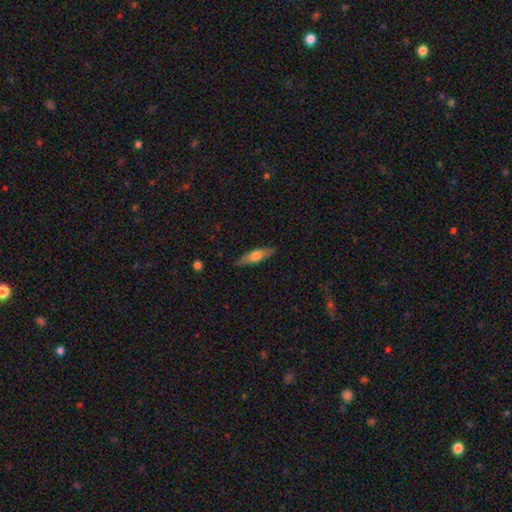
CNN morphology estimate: smooth_or_featured: smooth (p=0.53) [alt: featured or disk p=0.41]
how_rounded: cigar-shaped (p=0.66) [alt: in between p=0.32]
merging: none (p=0.86) [alt: minor disturbance p=0.11]